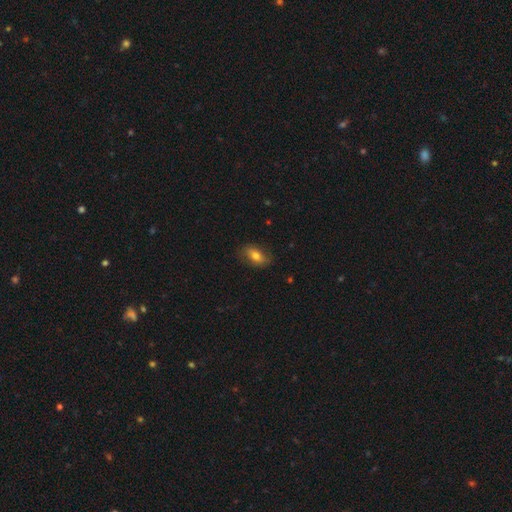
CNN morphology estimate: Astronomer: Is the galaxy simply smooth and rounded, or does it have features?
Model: smooth — 69%.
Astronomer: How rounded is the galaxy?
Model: in between — 86%.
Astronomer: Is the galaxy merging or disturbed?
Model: none — 77%.